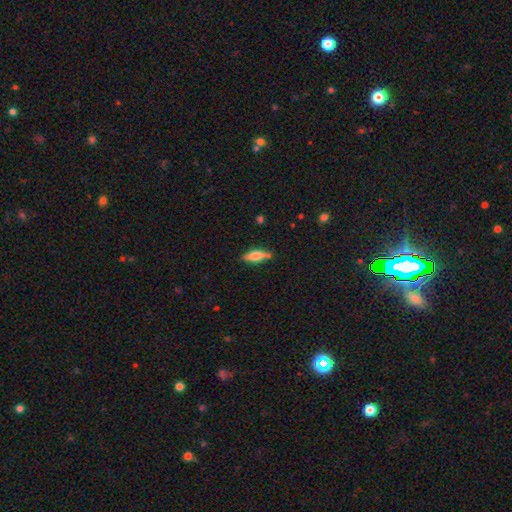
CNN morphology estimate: This is likely a smooth galaxy (63%). How rounded: possibly in between (59%). Merging: likely none (76%).